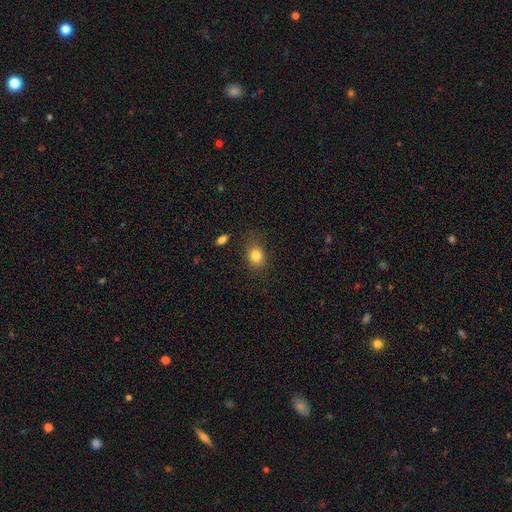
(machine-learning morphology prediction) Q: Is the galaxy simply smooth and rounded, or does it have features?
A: smooth — 82%.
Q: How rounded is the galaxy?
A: round — 56%.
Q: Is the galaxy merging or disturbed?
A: none — 80%.